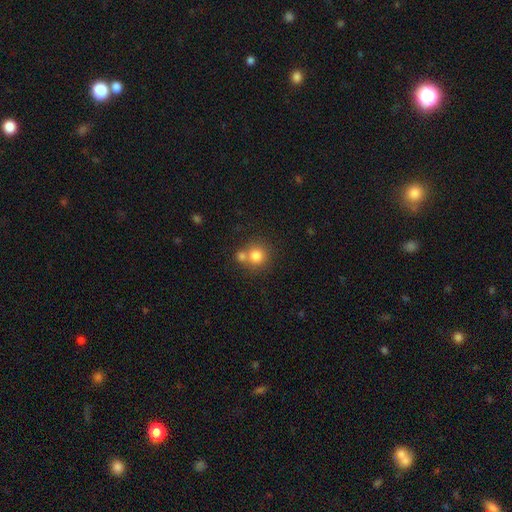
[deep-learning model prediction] smooth_or_featured: smooth (p=0.80) [alt: star or artifact p=0.11]
how_rounded: round (p=0.91) [alt: in between p=0.08]
merging: none (p=0.55) [alt: merger p=0.34]